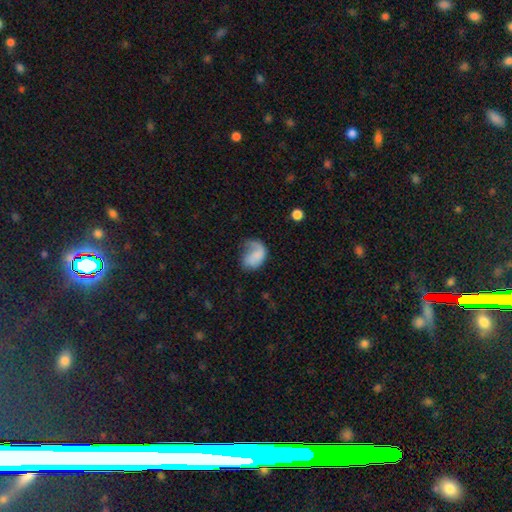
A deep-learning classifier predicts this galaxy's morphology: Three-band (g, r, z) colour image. It shows a smooth galaxy with no disk features (54%) that is in between round and cigar-shaped (71%). Merging: major disturbance (41%).